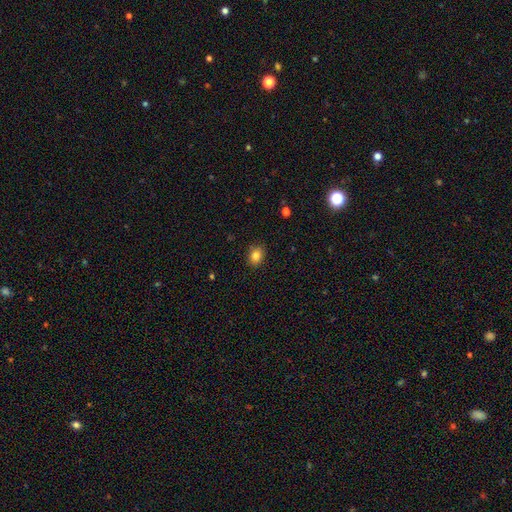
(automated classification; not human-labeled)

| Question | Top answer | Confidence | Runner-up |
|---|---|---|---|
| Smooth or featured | smooth | 83% | star or artifact (11%) |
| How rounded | round | 53% | in between (46%) |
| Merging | none | 88% | minor disturbance (9%) |